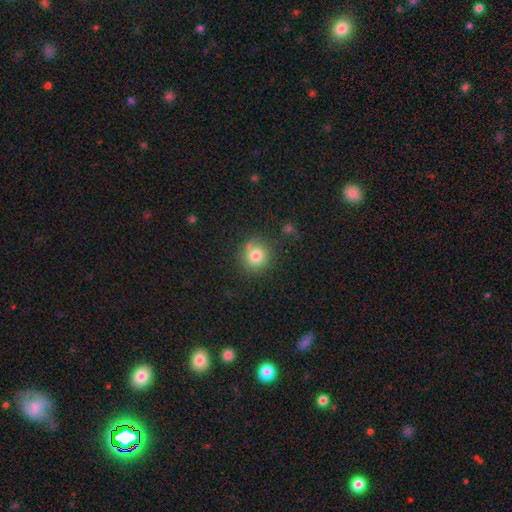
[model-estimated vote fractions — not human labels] A smooth galaxy with no disk features (79%) that is round (91%). Merging: none (76%).